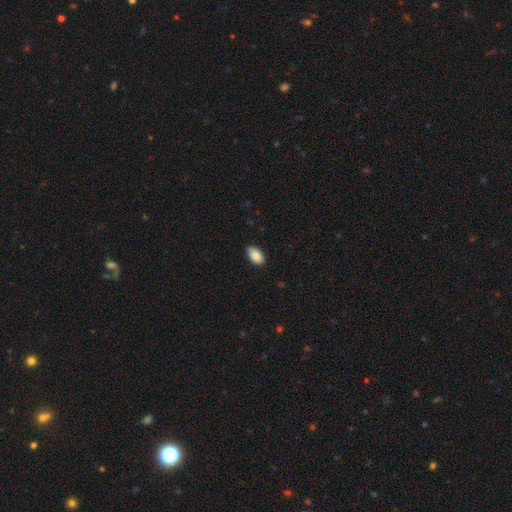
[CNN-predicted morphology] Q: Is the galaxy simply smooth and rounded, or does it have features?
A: smooth — 87%.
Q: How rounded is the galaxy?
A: in between — 94%.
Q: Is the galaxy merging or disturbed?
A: none — 84%.